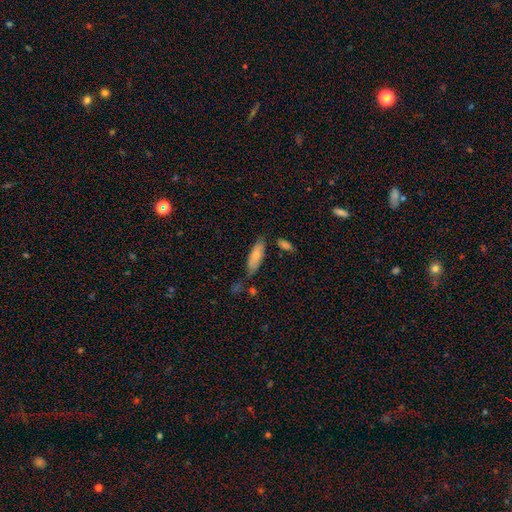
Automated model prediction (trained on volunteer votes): Smooth or featured?
  - smooth: 74% *
  - featured or disk: 20%
  - star or artifact: 6%
How rounded?
  - in between: 65% *
  - cigar-shaped: 33%
  - round: 2%
Merging?
  - none: 67% *
  - minor disturbance: 21%
  - merger: 7%
  - major disturbance: 5%